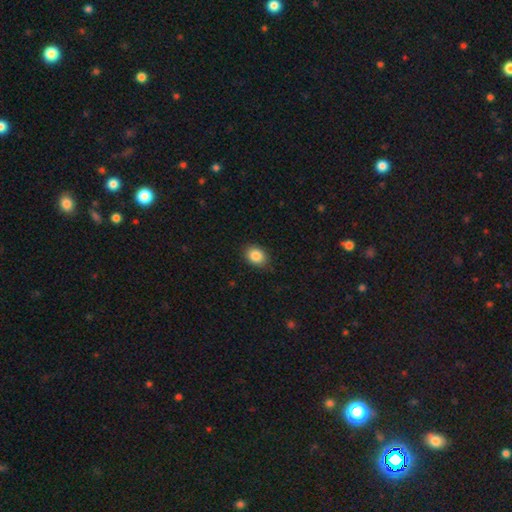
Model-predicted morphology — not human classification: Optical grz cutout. It shows a smooth galaxy with no disk features (87%) that is in between round and cigar-shaped (61%). Merging: none (86%).